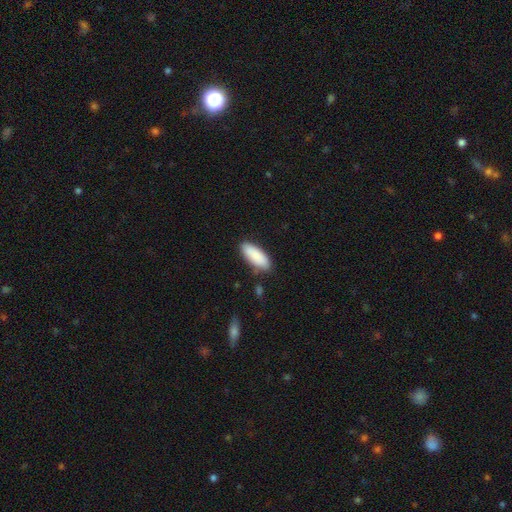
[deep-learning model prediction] Smooth or featured? smooth (88%)
How rounded? in between (77%)
Merging? none (81%)